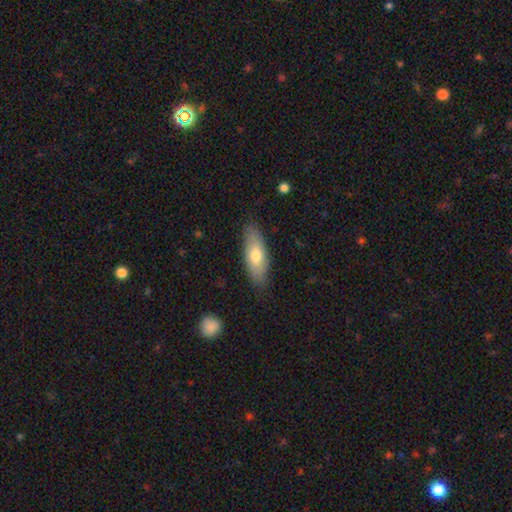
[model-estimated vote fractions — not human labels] Smooth or featured? smooth (69%)
How rounded? in between (70%)
Merging? none (82%)